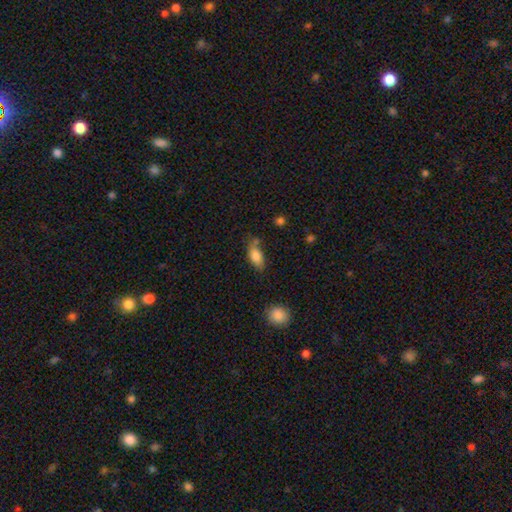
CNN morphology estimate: Smooth or featured? Predicted: smooth (p=0.82). How rounded? Predicted: in between (p=0.86). Merging? Predicted: none (p=0.60).